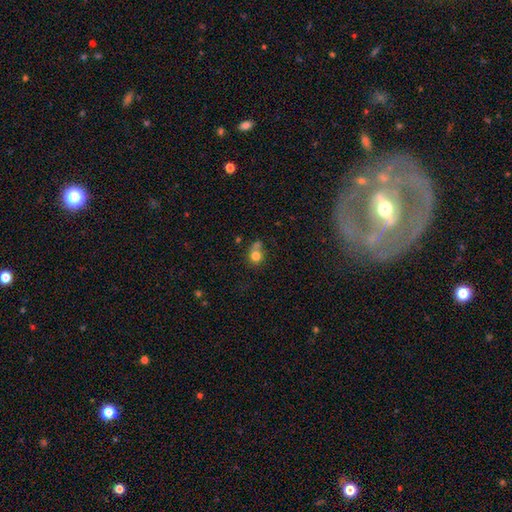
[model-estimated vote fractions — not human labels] Smooth or featured? Predicted: smooth (p=0.78). How rounded? Predicted: round (p=0.74). Merging? Predicted: none (p=0.44).